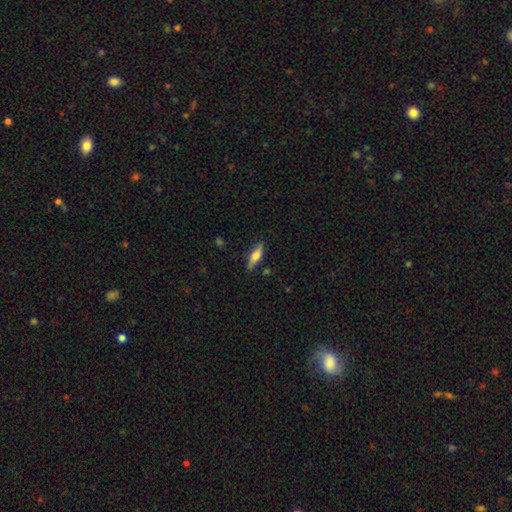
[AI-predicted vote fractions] Smooth or featured? smooth (61%)
How rounded? cigar-shaped (61%)
Merging? none (83%)